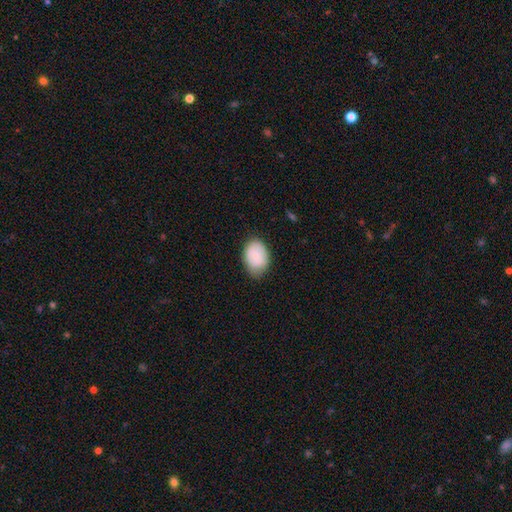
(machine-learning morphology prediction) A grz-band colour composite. It shows a smooth galaxy with no disk features (79%) that is in between round and cigar-shaped (80%). Merging: none (71%).